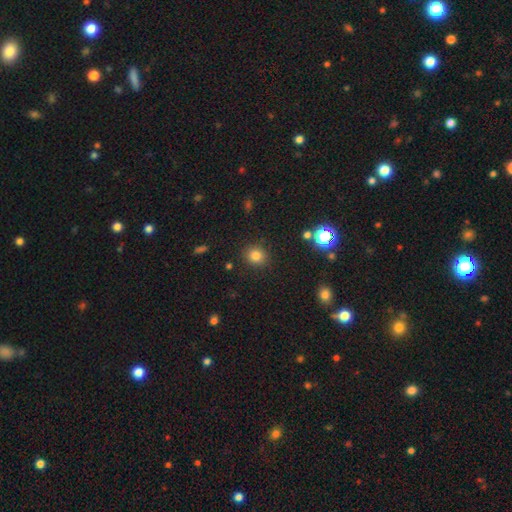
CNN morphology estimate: Smooth or featured?
  - smooth: 81% *
  - star or artifact: 14%
  - featured or disk: 6%
How rounded?
  - round: 83% *
  - in between: 17%
  - cigar-shaped: 1%
Merging?
  - none: 88% *
  - minor disturbance: 7%
  - major disturbance: 3%
  - merger: 2%